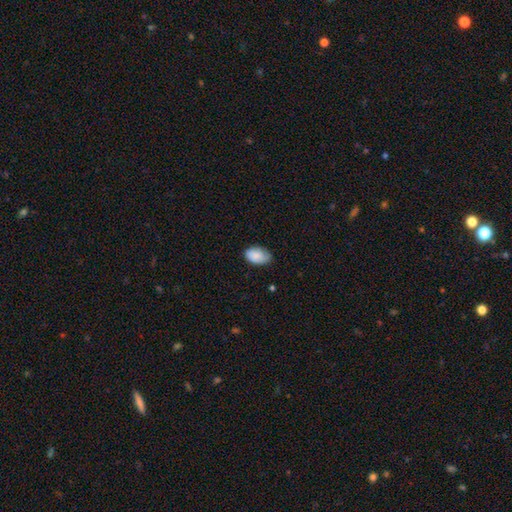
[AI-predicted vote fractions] Overall: smooth (85%). How rounded: in between (91%). Merging: none (68%).